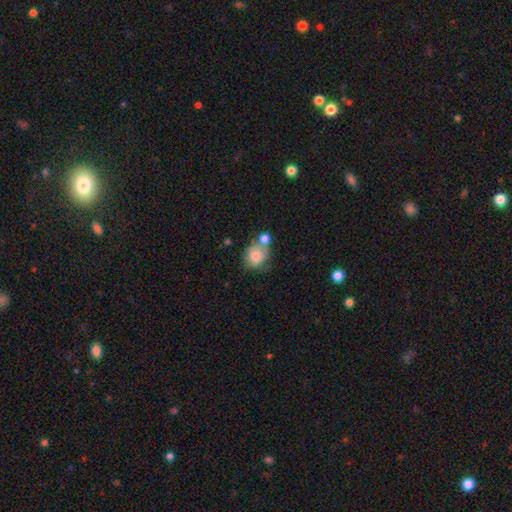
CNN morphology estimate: This appears to be a smooth galaxy with no disk features (77%) that is round (61%). Merging: none (41%).